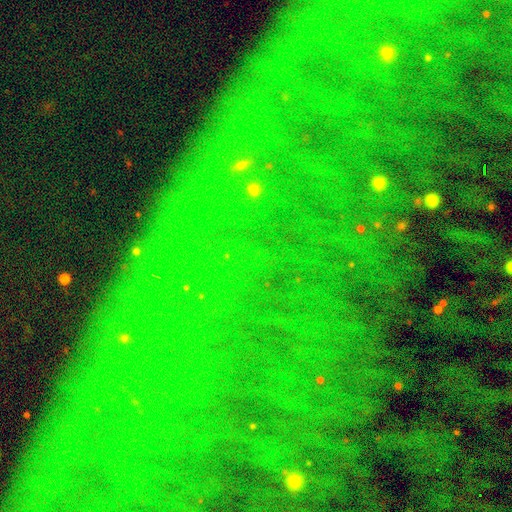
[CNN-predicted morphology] A star or artifact, not a galaxy (85%).

Vote fractions:
- Smooth or featured? star or artifact: 85% / smooth: 8% / featured or disk: 8%